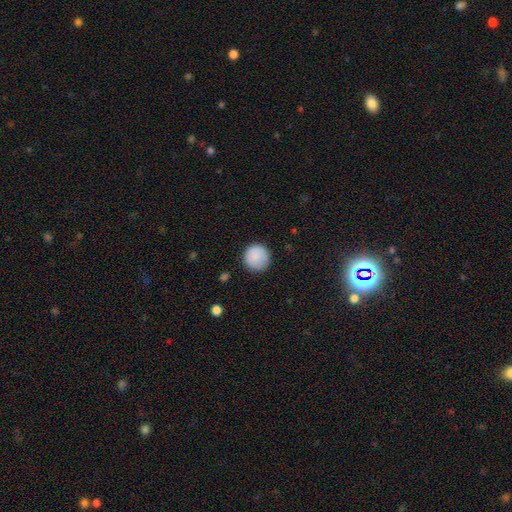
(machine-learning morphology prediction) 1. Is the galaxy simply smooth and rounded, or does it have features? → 87% smooth, 7% star or artifact, 5% featured or disk.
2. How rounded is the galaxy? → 94% round, 5% in between, 1% cigar-shaped.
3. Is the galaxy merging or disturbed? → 87% none, 10% minor disturbance, 2% major disturbance, 1% merger.